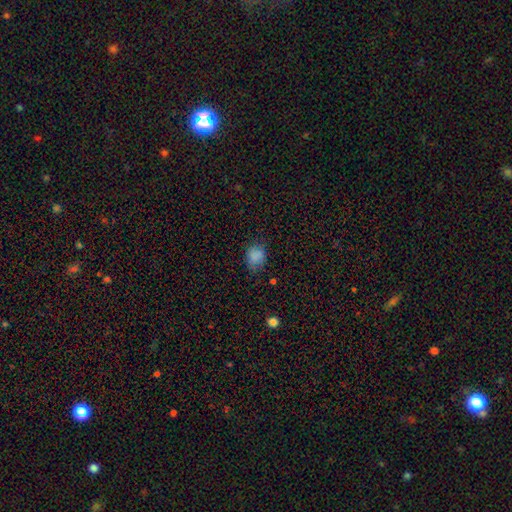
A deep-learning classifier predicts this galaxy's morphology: smooth-or-featured: smooth: 83% | star or artifact: 11% | featured or disk: 5%
  how-rounded: round: 59% | in between: 40% | cigar-shaped: 1%
  merging: none: 68% | minor disturbance: 24% | major disturbance: 7% | merger: 2%